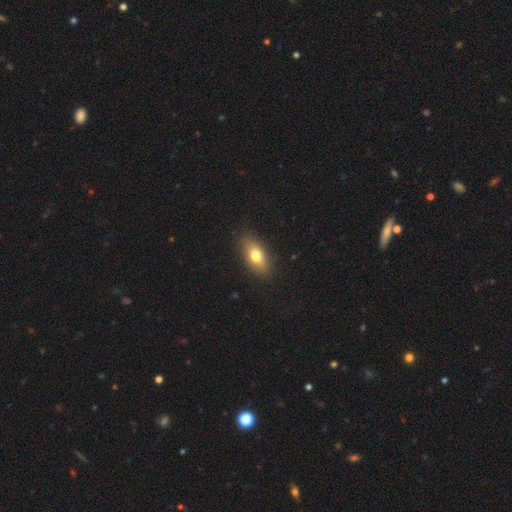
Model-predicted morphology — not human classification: smooth_or_featured: smooth (p=0.75) [alt: featured or disk p=0.17]
how_rounded: in between (p=0.85) [alt: cigar-shaped p=0.09]
merging: none (p=0.86) [alt: minor disturbance p=0.10]